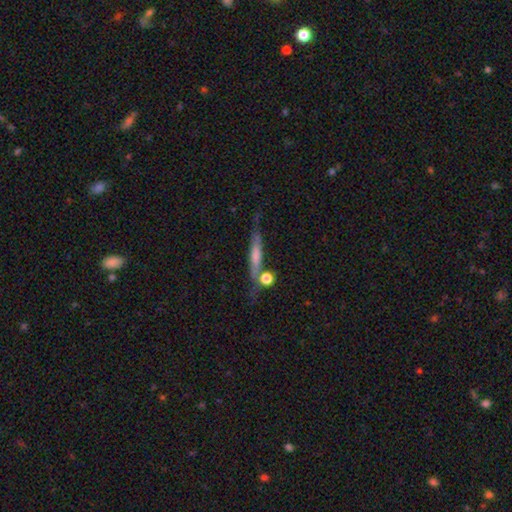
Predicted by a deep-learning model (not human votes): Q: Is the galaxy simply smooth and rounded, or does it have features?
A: featured or disk — 61%.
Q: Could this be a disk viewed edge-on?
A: yes — 90%.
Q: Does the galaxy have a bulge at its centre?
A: rounded — 70%.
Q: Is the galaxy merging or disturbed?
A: none — 70%.